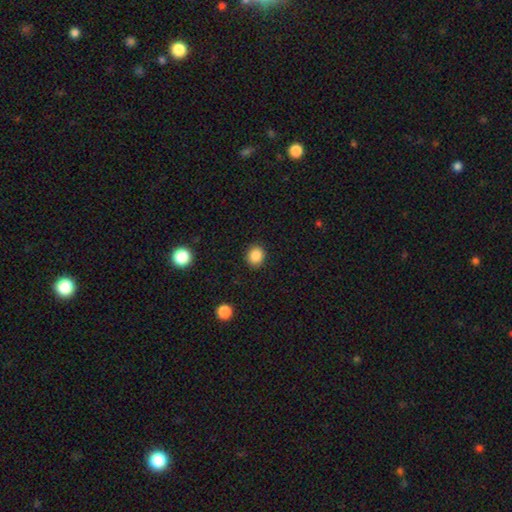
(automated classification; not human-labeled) smooth 87%, star or artifact 10%, featured or disk 3%. Down the decision tree: how rounded — round (78%); merging — none (91%).